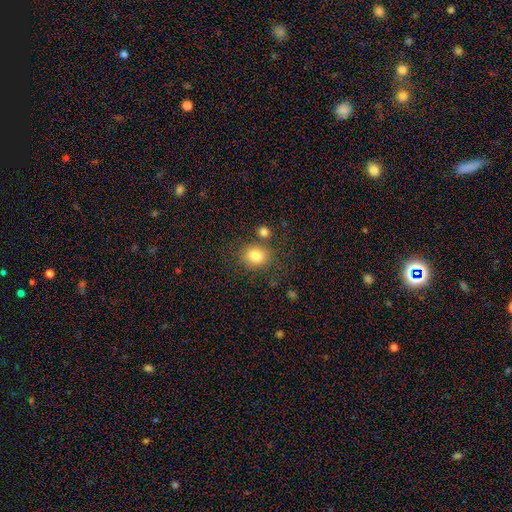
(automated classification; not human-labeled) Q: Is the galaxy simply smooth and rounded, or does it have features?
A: smooth — 81%.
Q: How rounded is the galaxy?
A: round — 64%.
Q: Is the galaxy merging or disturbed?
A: none — 73%.